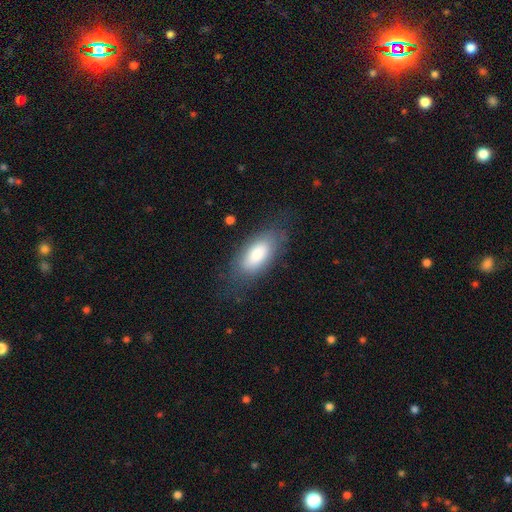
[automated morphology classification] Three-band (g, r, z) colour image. It shows a smooth galaxy with no disk features (76%) that is in between round and cigar-shaped (87%). Merging: none (73%).